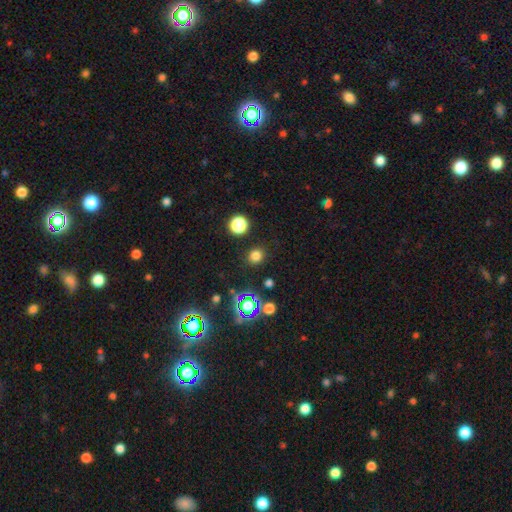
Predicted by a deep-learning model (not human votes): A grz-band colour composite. It shows a smooth galaxy with no disk features (76%) that is round (87%). Merging: none (89%).